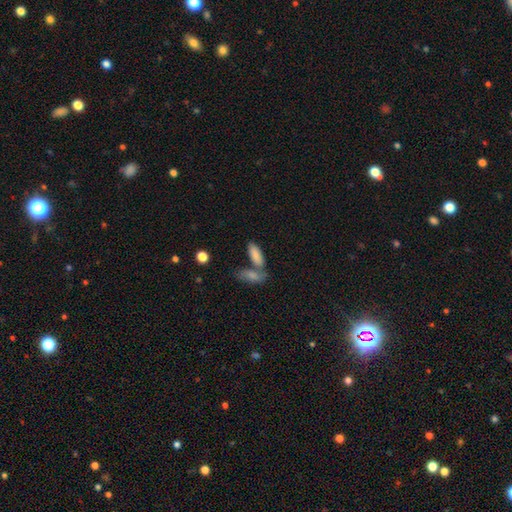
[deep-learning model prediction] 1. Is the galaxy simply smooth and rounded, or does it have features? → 84% smooth, 9% featured or disk, 7% star or artifact.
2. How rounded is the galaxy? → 76% in between, 21% cigar-shaped, 3% round.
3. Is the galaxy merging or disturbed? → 48% none, 39% merger, 10% minor disturbance, 4% major disturbance.